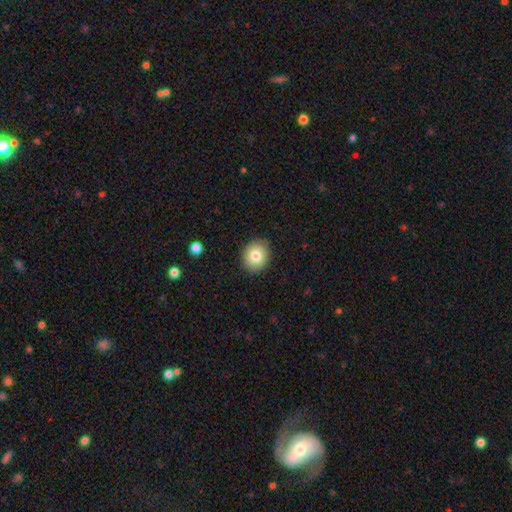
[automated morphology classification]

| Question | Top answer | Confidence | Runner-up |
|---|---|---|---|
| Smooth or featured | smooth | 80% | featured or disk (11%) |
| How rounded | round | 72% | in between (27%) |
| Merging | none | 88% | minor disturbance (8%) |